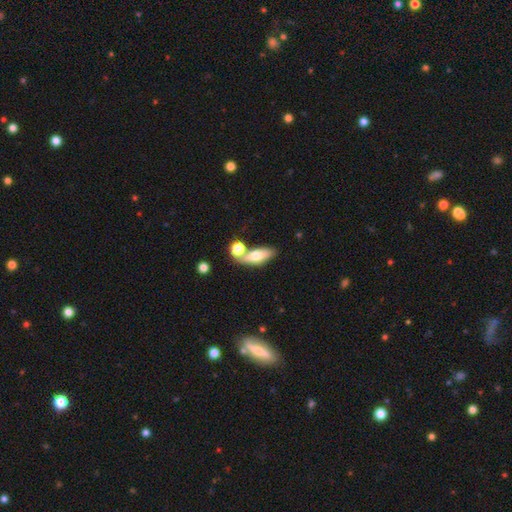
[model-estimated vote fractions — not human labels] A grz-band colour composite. It shows a smooth galaxy with no disk features (63%) that is in between round and cigar-shaped (63%). Merging: none (55%).